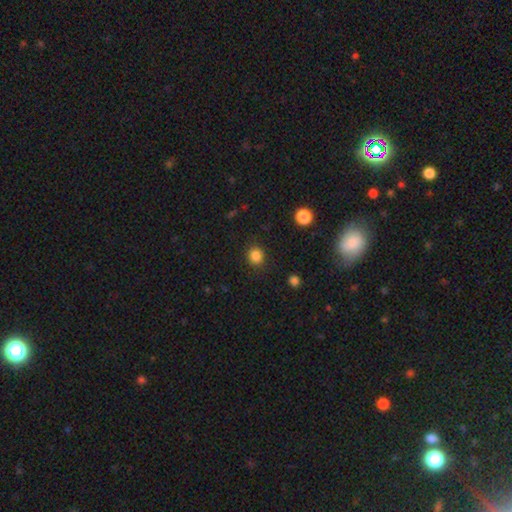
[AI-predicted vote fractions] Q: Smooth or featured?
A: smooth (84%); runner-up: star or artifact (12%)
Q: How rounded?
A: round (85%); runner-up: in between (14%)
Q: Merging?
A: none (89%); runner-up: minor disturbance (7%)